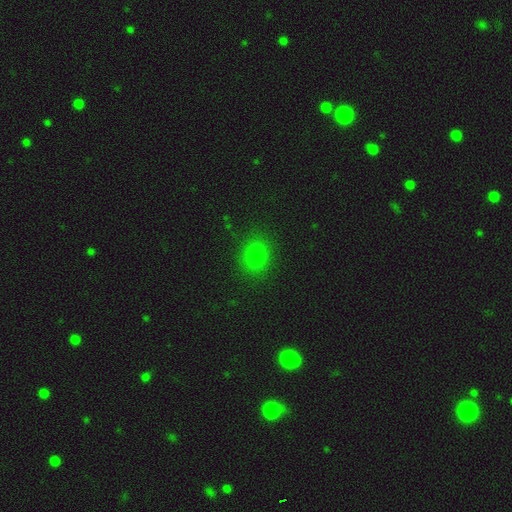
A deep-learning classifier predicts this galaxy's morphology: Smooth or featured: smooth — 79% (star or artifact — 15%)
How rounded: round — 65% (in between — 34%)
Merging: none — 86% (minor disturbance — 10%)